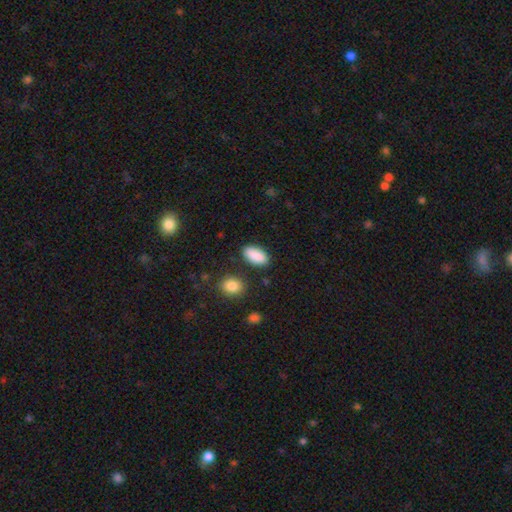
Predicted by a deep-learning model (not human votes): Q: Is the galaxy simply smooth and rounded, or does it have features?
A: smooth — 90%.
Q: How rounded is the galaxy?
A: in between — 91%.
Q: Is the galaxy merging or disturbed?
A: none — 84%.